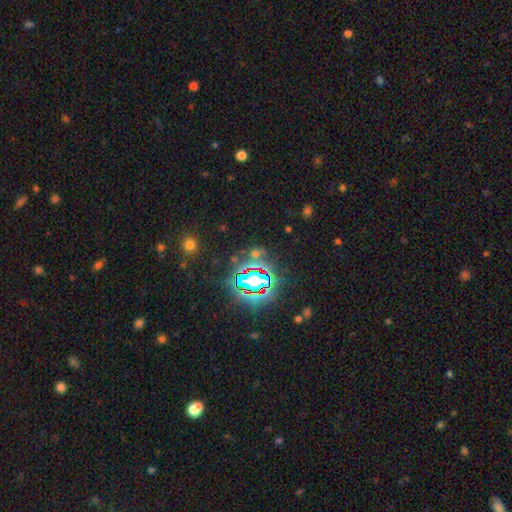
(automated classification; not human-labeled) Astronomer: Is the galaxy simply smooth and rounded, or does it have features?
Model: star or artifact — 79%.